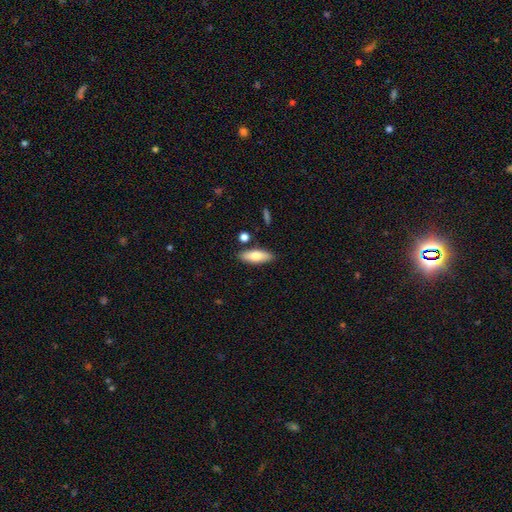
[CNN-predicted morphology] type=smooth (73%); roundness=in between (69%); merging=none (84%).